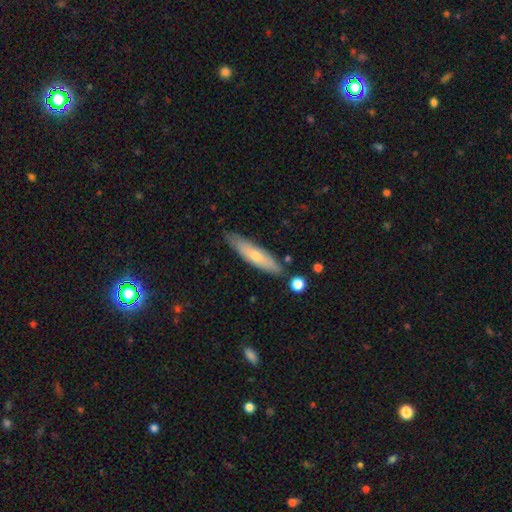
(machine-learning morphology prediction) type=smooth (57%); roundness=cigar-shaped (78%); merging=none (80%).